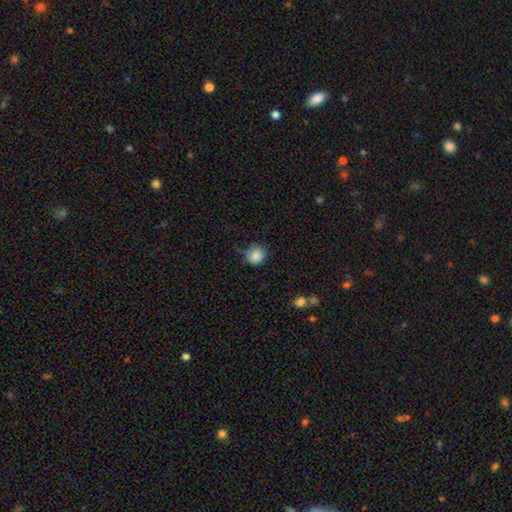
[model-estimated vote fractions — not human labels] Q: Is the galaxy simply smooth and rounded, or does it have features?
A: smooth — 85%.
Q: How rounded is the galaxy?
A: round — 89%.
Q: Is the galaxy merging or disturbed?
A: none — 71%.